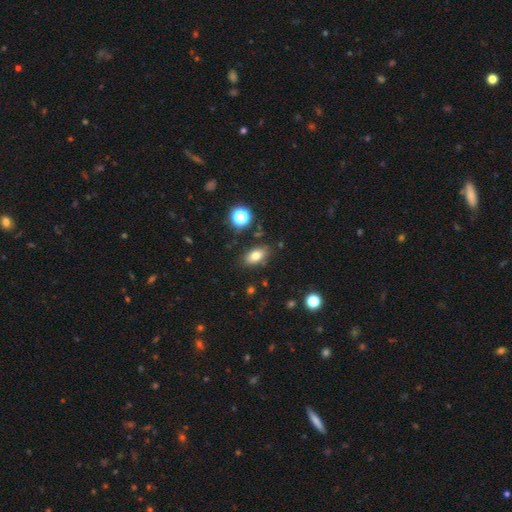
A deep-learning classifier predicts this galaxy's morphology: This appears to be a smooth galaxy with no disk features (77%) that is in between round and cigar-shaped (86%). Merging: none (83%).